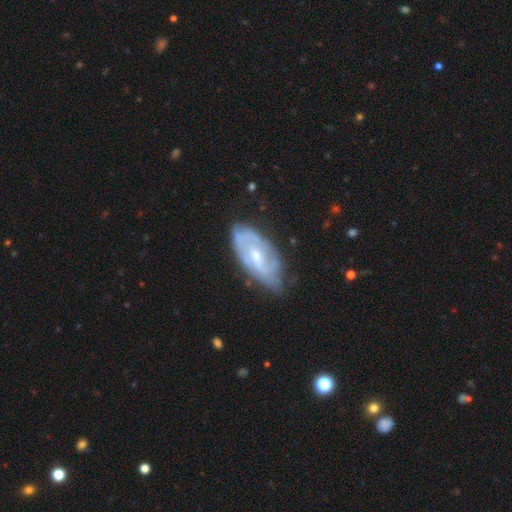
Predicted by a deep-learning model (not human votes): featured or disk 73%, smooth 21%, star or artifact 6%. Down the decision tree: edge-on disk — no (92%); bar — weak (46%); spiral arms — yes (82%); spiral arm count — 2 (42%); spiral winding — tight (48%); bulge size — small (55%); merging — none (67%).